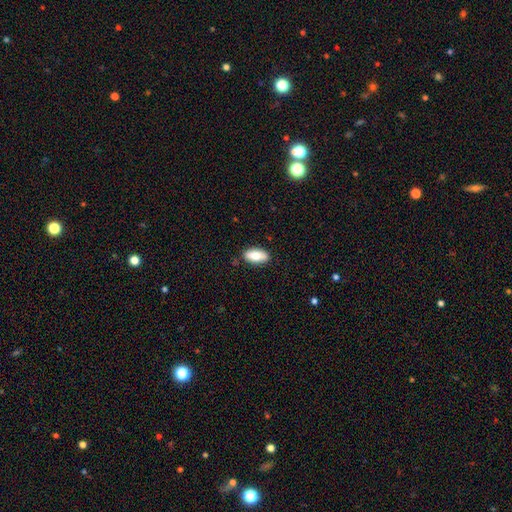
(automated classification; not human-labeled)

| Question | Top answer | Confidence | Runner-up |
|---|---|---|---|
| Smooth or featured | smooth | 81% | featured or disk (13%) |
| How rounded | in between | 88% | cigar-shaped (9%) |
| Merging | none | 86% | minor disturbance (11%) |